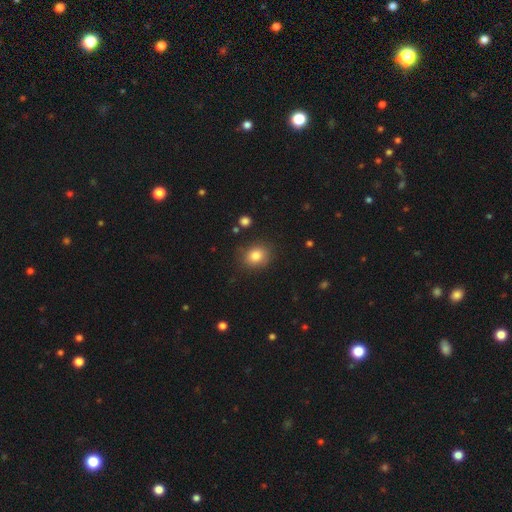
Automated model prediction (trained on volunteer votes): This appears to be a smooth galaxy with no disk features (83%) that is round (60%). Merging: none (82%).